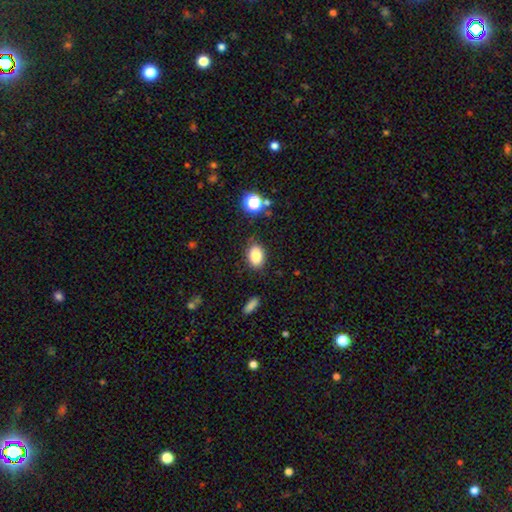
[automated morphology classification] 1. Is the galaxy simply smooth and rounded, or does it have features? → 84% smooth, 10% star or artifact, 6% featured or disk.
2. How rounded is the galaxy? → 80% in between, 19% round, 1% cigar-shaped.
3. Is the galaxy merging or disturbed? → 83% none, 12% minor disturbance, 3% major disturbance, 2% merger.